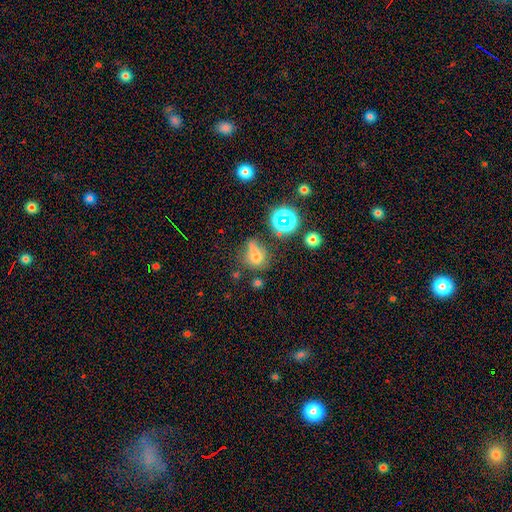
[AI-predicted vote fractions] Morphology: type=smooth (57%); roundness=round (64%); merging=none (46%).